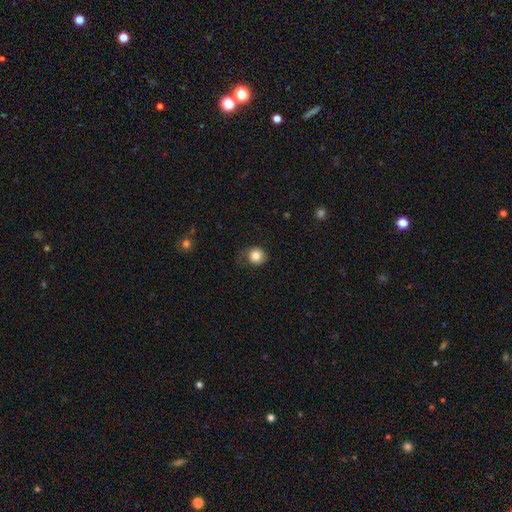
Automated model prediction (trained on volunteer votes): This is clearly a smooth galaxy (82%). How rounded: clearly round (83%). Merging: likely none (62%).